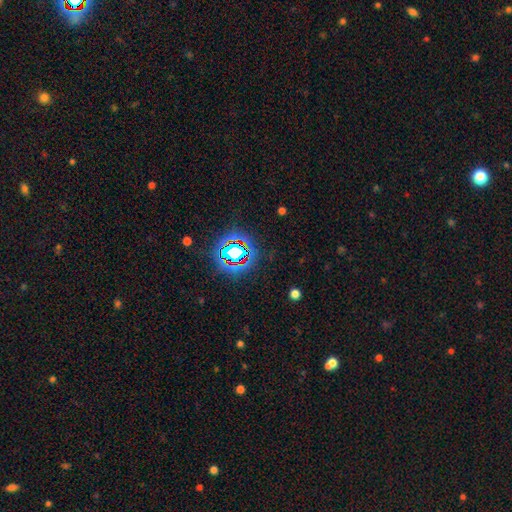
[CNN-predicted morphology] Smooth or featured: star or artifact — 73% (smooth — 17%)